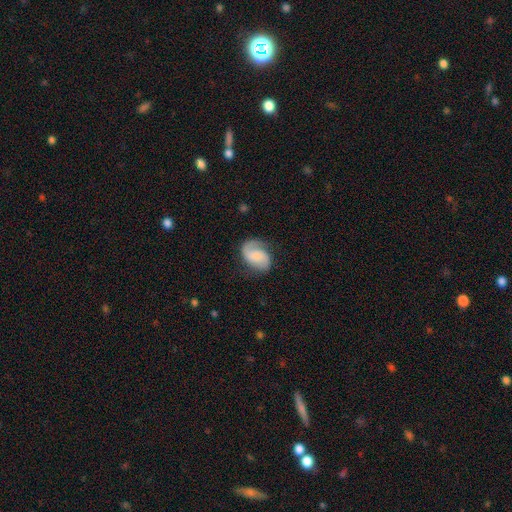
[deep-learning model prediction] Smooth or featured?
  - featured or disk: 68% *
  - smooth: 25%
  - star or artifact: 7%
Edge-on disk?
  - no: 98% *
  - yes: 2%
Bar?
  - no: 52% *
  - weak: 37%
  - strong: 11%
Spiral arms?
  - yes: 95% *
  - no: 5%
Spiral winding?
  - medium: 44% *
  - loose: 34%
  - tight: 22%
Spiral arm count?
  - 2: 73% *
  - 1: 20%
  - can't tell: 4%
  - 3: 1%
  - 4: 1%
  - more than 4: 1%
Bulge size?
  - none: 37% *
  - small: 29%
  - moderate: 20%
  - large: 10%
  - dominant: 3%
Merging?
  - none: 66% *
  - minor disturbance: 21%
  - major disturbance: 11%
  - merger: 1%